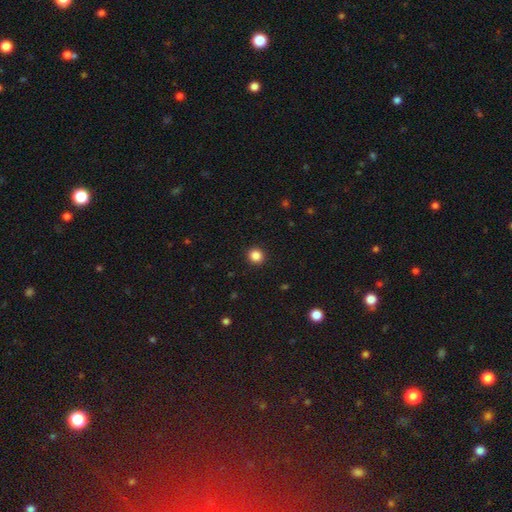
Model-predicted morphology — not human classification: This is clearly a smooth galaxy (86%). How rounded: clearly round (92%). Merging: clearly none (93%).